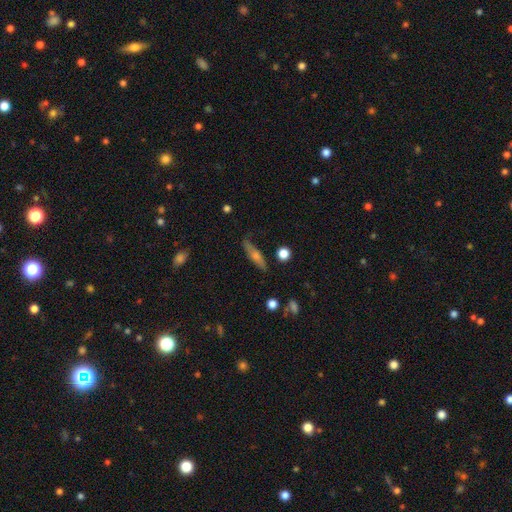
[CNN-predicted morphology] Smooth or featured: featured or disk — 47% (smooth — 43%)
Merging: none — 78% (minor disturbance — 16%)